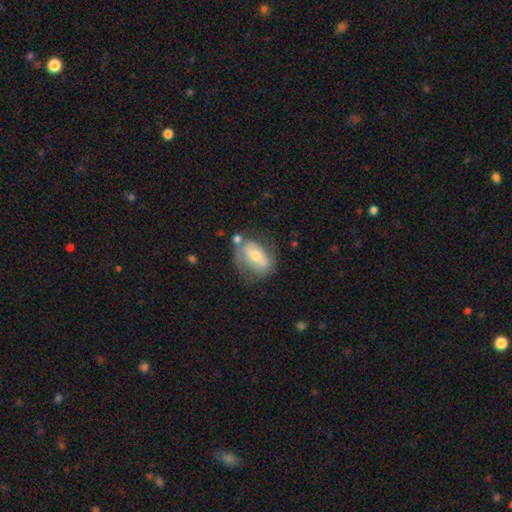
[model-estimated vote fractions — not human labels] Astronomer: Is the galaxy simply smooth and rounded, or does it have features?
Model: featured or disk — 51% (runner-up: smooth, 42%).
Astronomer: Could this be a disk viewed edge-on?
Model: no — 91%.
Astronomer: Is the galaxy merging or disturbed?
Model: none — 52%.